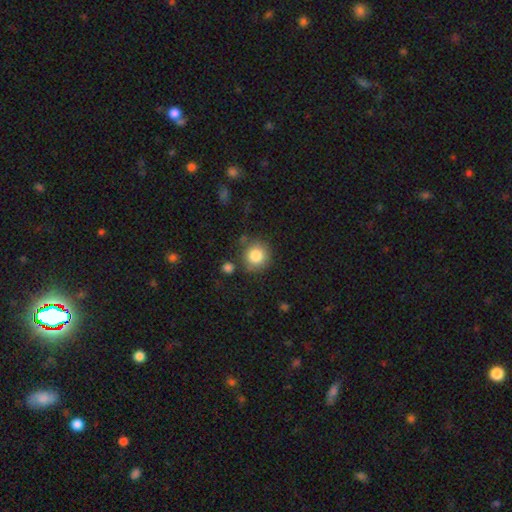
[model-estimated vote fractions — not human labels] This appears to be a smooth galaxy with no disk features (84%) that is round (91%). Merging: none (78%).